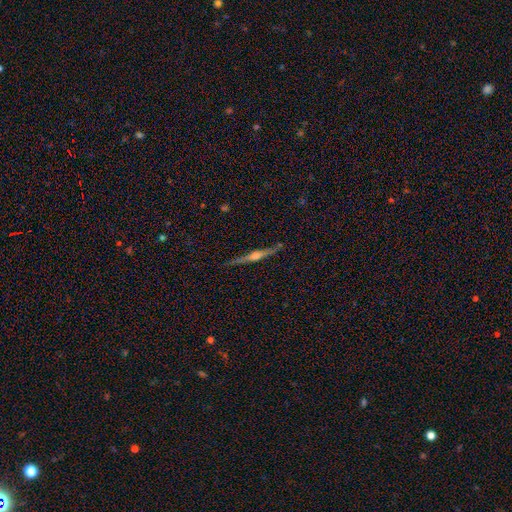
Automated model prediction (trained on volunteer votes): smooth_or_featured: featured or disk (p=0.83) [alt: smooth p=0.11]
disk_edge_on: yes (p=0.98) [alt: no p=0.02]
edge_on_bulge: rounded (p=0.86) [alt: boxy p=0.09]
merging: none (p=0.90) [alt: minor disturbance p=0.08]